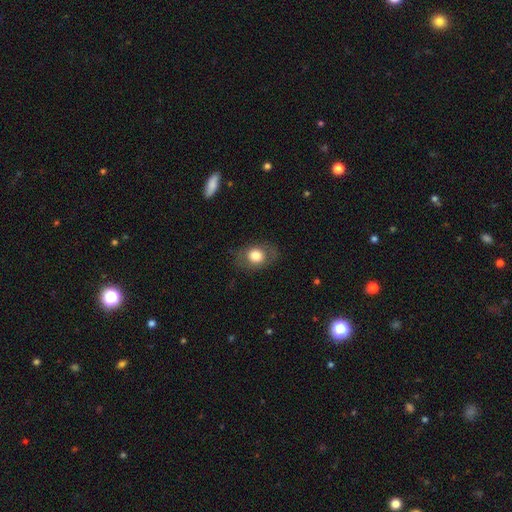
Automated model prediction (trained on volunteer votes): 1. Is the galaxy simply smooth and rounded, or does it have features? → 73% smooth, 19% featured or disk, 8% star or artifact.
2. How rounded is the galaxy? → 57% in between, 42% round, 1% cigar-shaped.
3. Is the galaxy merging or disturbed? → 79% none, 14% minor disturbance, 6% major disturbance, 1% merger.